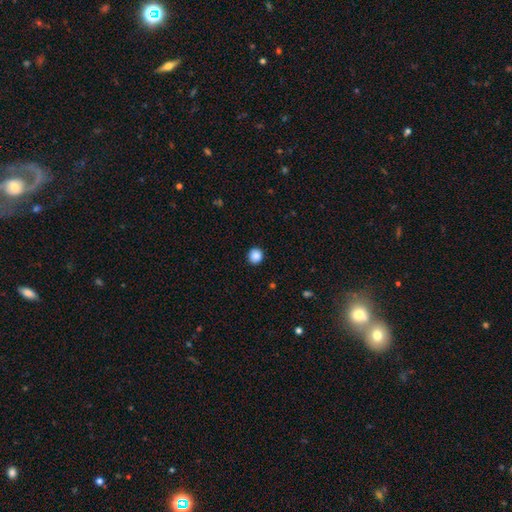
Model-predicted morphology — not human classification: The model was most divided on "smooth or featured": smooth: 88%, star or artifact: 9%, featured or disk: 3%. More confident: merging — none (92%); how rounded — round (92%).